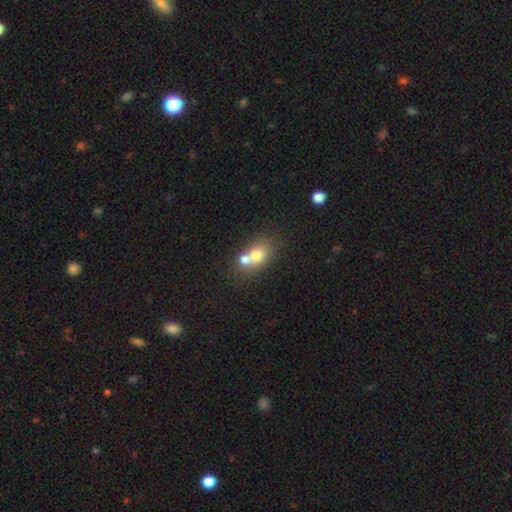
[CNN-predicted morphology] This appears to be a smooth galaxy with no disk features (69%) that is round (49%, tied with in between). Merging: merger (61%).